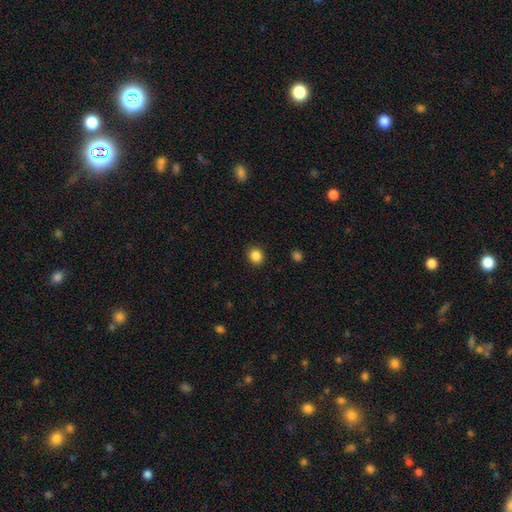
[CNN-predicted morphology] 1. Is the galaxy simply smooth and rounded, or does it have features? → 86% smooth, 10% star or artifact, 3% featured or disk.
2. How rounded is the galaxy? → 84% round, 15% in between, 1% cigar-shaped.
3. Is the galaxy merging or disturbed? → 91% none, 6% minor disturbance, 2% major disturbance, 1% merger.